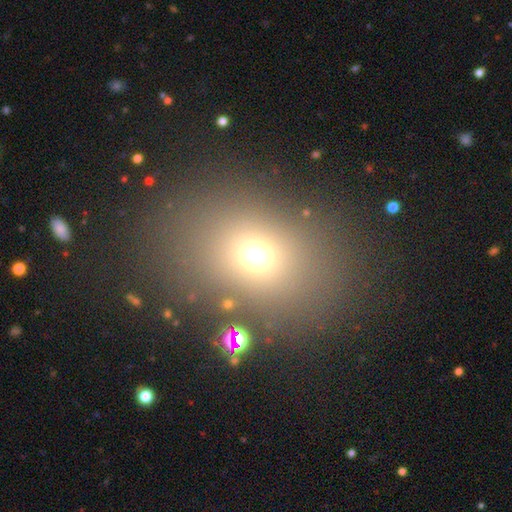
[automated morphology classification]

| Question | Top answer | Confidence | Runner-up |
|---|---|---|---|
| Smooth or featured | smooth | 66% | star or artifact (23%) |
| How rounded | in between | 54% | round (45%) |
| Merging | none | 79% | minor disturbance (9%) |